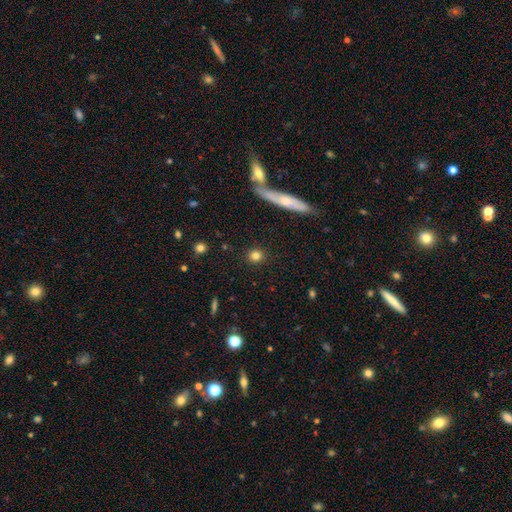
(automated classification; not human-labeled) Smooth or featured? smooth (81%)
How rounded? round (90%)
Merging? none (90%)